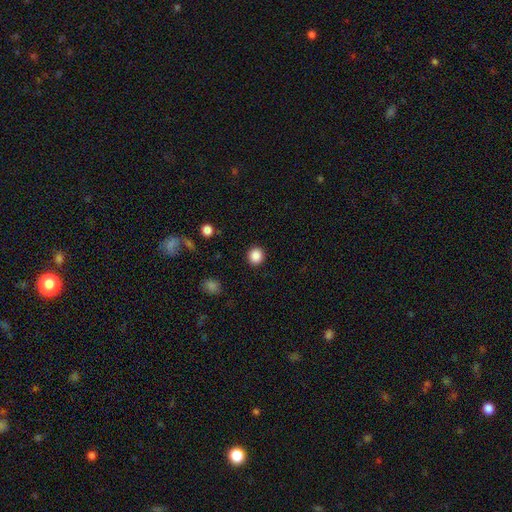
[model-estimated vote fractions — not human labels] Overall: smooth (87%). How rounded: round (89%). Merging: none (92%).